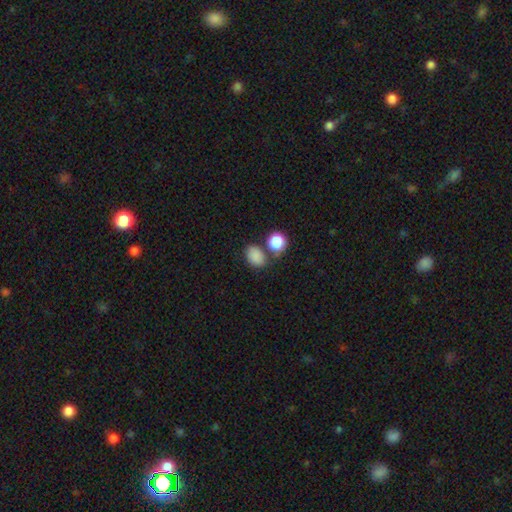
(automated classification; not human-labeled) smooth_or_featured: smooth (p=0.84) [alt: star or artifact p=0.11]
how_rounded: in between (p=0.67) [alt: round p=0.32]
merging: none (p=0.61) [alt: merger p=0.17]